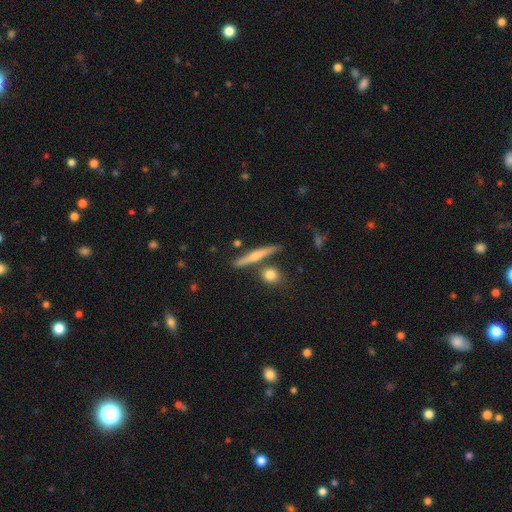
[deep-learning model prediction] A featured or disk galaxy (52%) viewed edge-on (94%). Merging: none (77%).